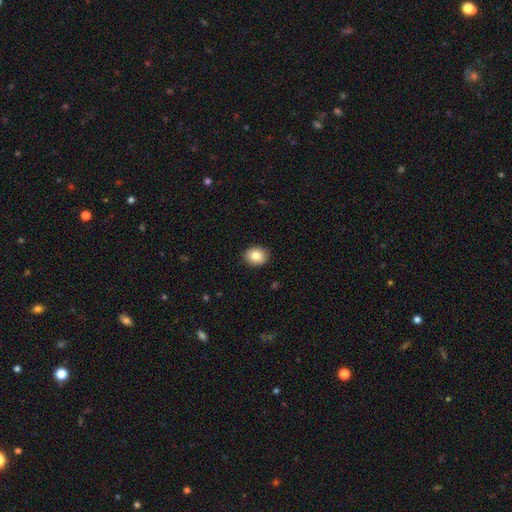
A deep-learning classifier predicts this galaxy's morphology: smooth 82%, featured or disk 9%, star or artifact 9%. Down the decision tree: how rounded — round (56%); merging — none (90%).